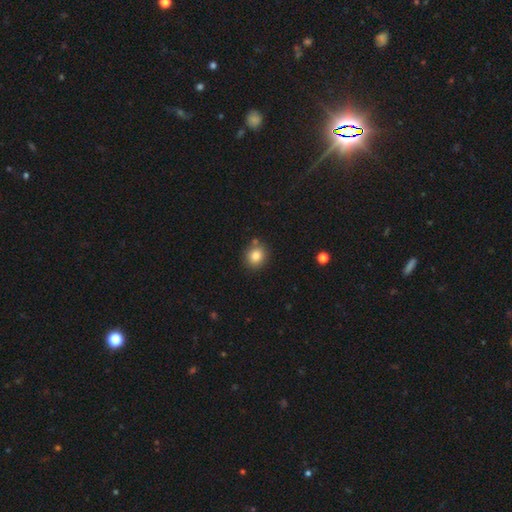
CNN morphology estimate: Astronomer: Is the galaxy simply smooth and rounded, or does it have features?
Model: smooth — 84%.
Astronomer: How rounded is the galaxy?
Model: round — 77%.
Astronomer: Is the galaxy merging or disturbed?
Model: none — 79%.